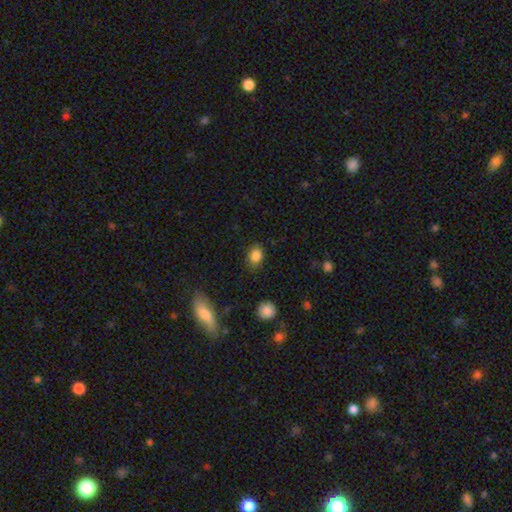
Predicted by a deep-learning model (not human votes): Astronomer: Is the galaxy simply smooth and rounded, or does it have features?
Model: smooth — 85%.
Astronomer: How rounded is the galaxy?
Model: in between — 69%.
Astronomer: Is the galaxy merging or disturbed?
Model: none — 81%.